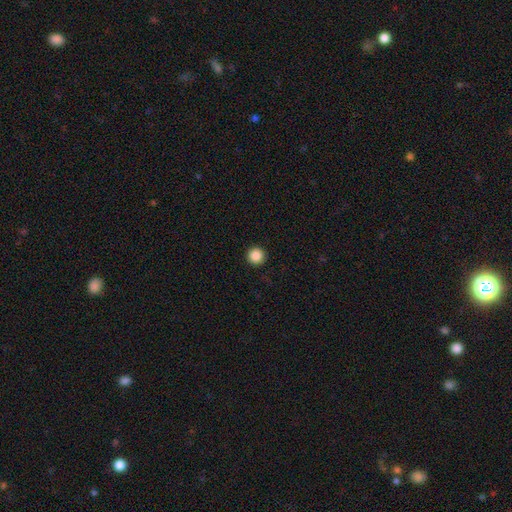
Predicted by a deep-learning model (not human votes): Smooth or featured: smooth — 87% (star or artifact — 10%)
How rounded: round — 97% (in between — 2%)
Merging: none — 94% (minor disturbance — 4%)